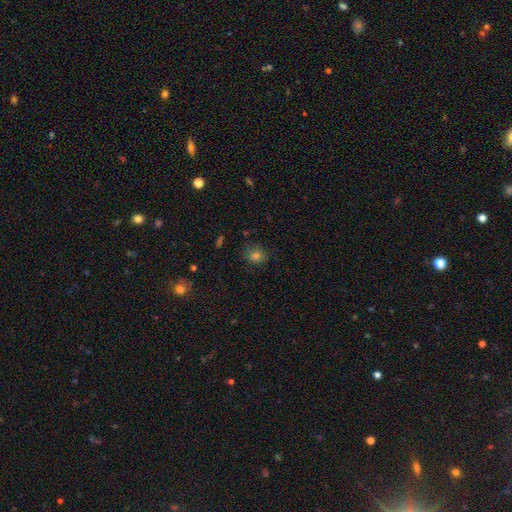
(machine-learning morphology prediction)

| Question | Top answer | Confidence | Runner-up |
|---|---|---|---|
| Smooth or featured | smooth | 70% | star or artifact (21%) |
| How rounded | round | 63% | in between (35%) |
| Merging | none | 75% | minor disturbance (17%) |